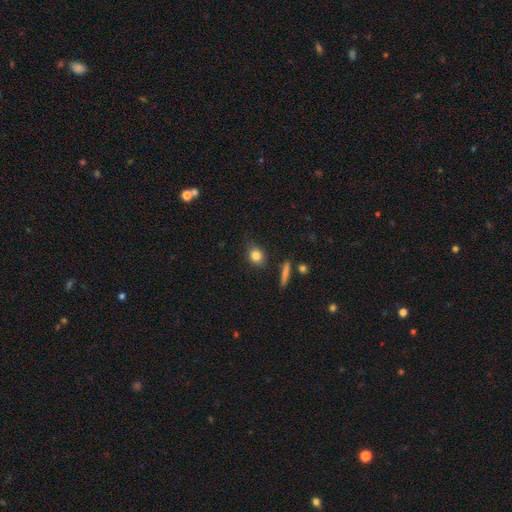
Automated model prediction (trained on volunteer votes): A smooth galaxy with no disk features (83%) that is round (58%). Merging: none (80%).